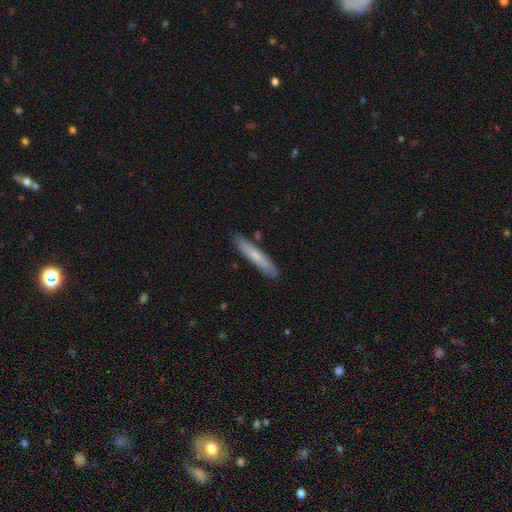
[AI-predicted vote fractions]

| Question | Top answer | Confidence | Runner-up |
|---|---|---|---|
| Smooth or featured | smooth | 68% | featured or disk (26%) |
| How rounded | cigar-shaped | 91% | in between (8%) |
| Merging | none | 85% | minor disturbance (11%) |